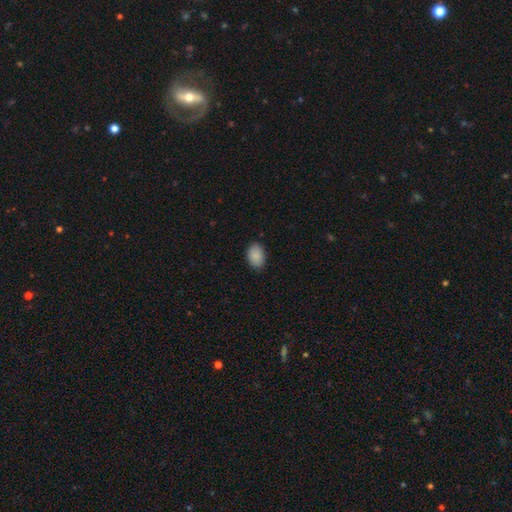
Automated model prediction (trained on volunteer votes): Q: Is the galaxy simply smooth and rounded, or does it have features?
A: smooth — 89%.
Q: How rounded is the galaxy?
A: in between — 84%.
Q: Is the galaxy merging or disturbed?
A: none — 84%.